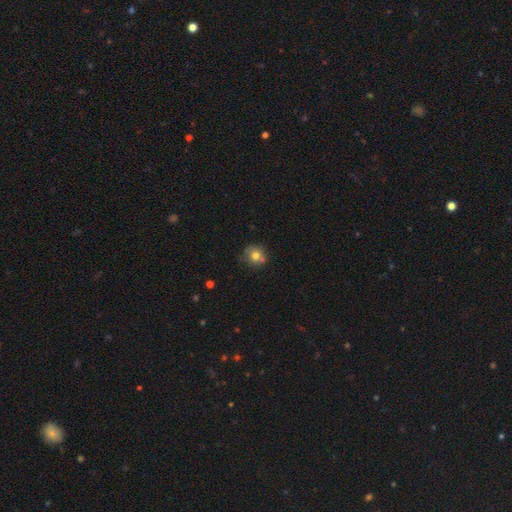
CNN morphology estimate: type=smooth (74%); roundness=round (88%); merging=none (65%).